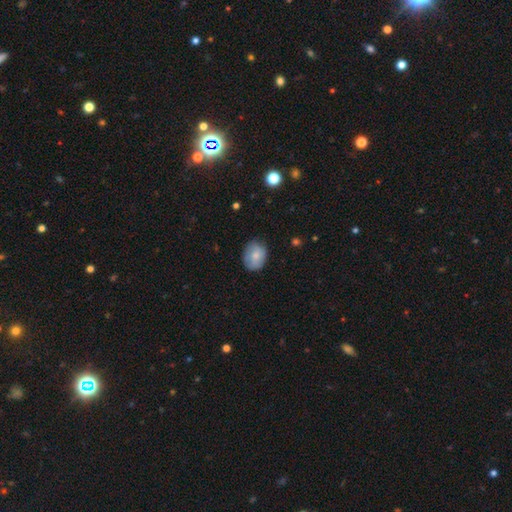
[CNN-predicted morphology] This appears to be a smooth galaxy with no disk features (77%) that is in between round and cigar-shaped (59%). Merging: none (74%).